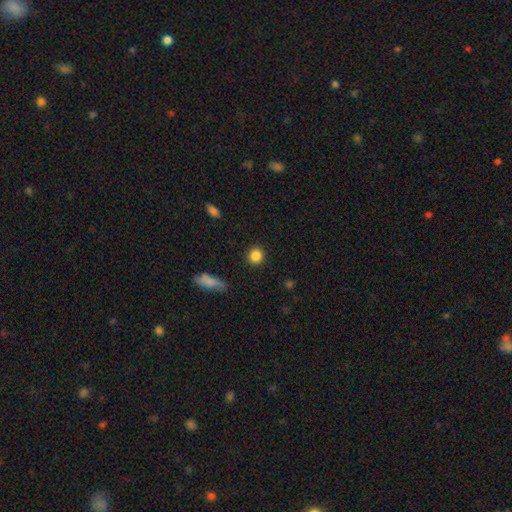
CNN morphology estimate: A smooth galaxy with no disk features (86%) that is round (90%). Merging: none (91%).